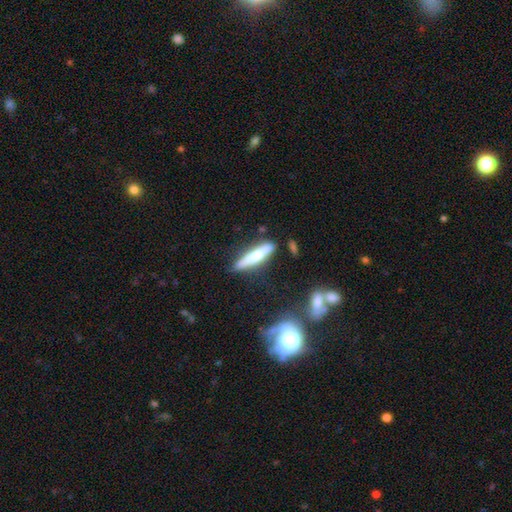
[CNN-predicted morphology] Overall: smooth (47%; featured or disk 46%). Merging: none (74%).